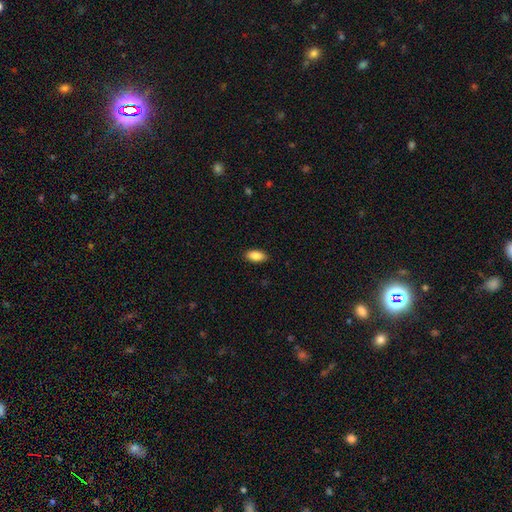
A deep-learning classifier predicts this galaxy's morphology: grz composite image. It shows a smooth galaxy with no disk features (88%) that is in between round and cigar-shaped (92%). Merging: none (89%).